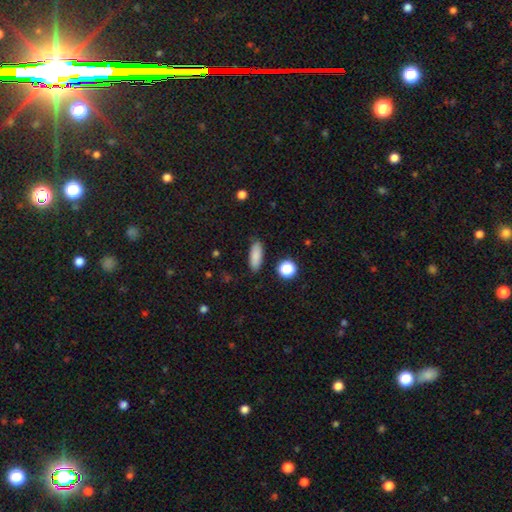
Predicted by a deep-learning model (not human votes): smooth-or-featured: smooth: 85% | star or artifact: 9% | featured or disk: 6%
  how-rounded: in between: 63% | cigar-shaped: 32% | round: 4%
  merging: none: 87% | minor disturbance: 9% | major disturbance: 2% | merger: 2%